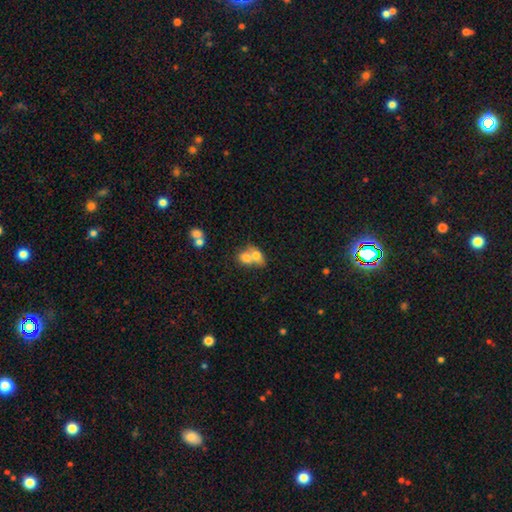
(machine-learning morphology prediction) smooth-or-featured: smooth: 69% | featured or disk: 23% | star or artifact: 9%
  how-rounded: in between: 70% | round: 28% | cigar-shaped: 2%
  merging: merger: 72% | none: 18% | minor disturbance: 6% | major disturbance: 4%